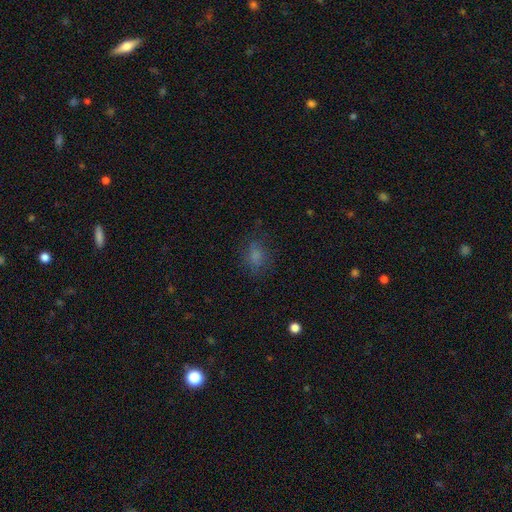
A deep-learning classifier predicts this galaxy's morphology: type=smooth (72%); roundness=in between (55%); merging=none (69%).